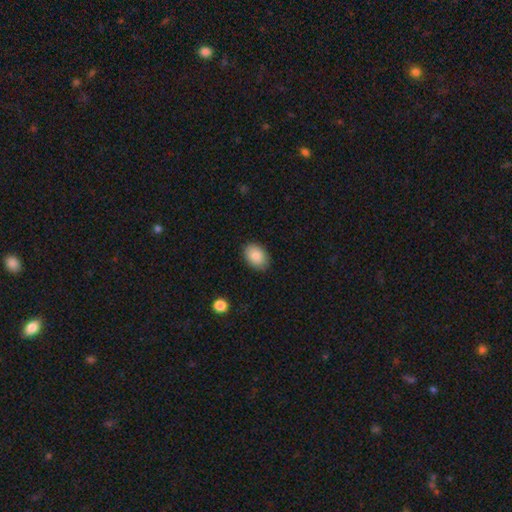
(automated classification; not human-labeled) This is clearly a smooth galaxy (87%). How rounded: clearly in between (85%). Merging: clearly none (87%).